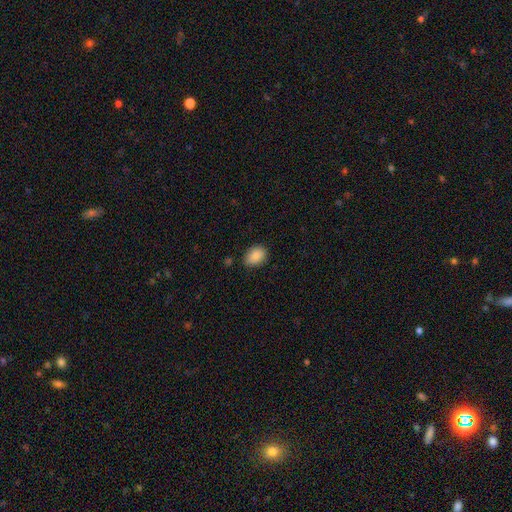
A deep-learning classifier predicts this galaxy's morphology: smooth_or_featured: smooth (p=0.88) [alt: star or artifact p=0.08]
how_rounded: in between (p=0.75) [alt: round p=0.24]
merging: none (p=0.81) [alt: minor disturbance p=0.15]